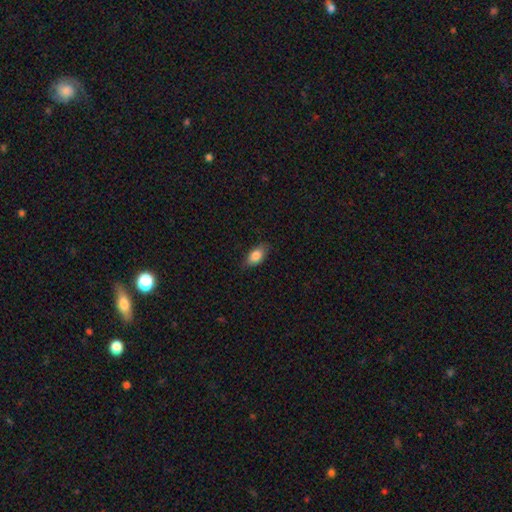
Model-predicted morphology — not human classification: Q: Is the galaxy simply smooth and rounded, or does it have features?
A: smooth — 83%.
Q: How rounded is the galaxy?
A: in between — 88%.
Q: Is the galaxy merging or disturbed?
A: none — 82%.